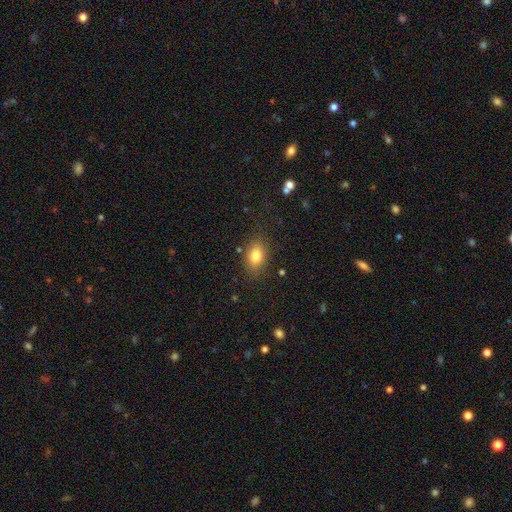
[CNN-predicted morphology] Overall: smooth (81%). How rounded: in between (81%). Merging: none (83%).